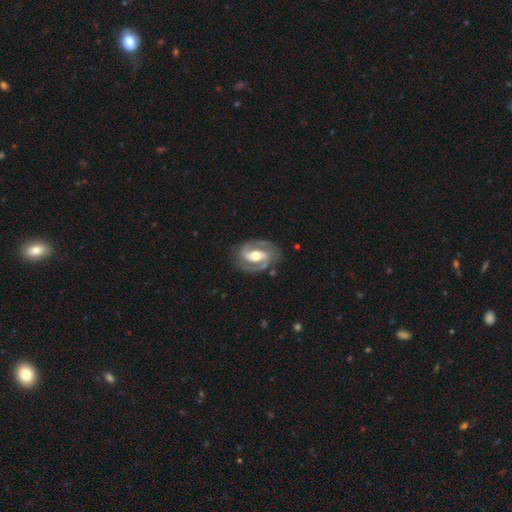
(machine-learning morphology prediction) A featured or disk galaxy (89%) with a strong bar (44%), 2 (92%) medium (50%) spiral arms (95%) and a moderate central bulge (69%). Merging: none (81%).